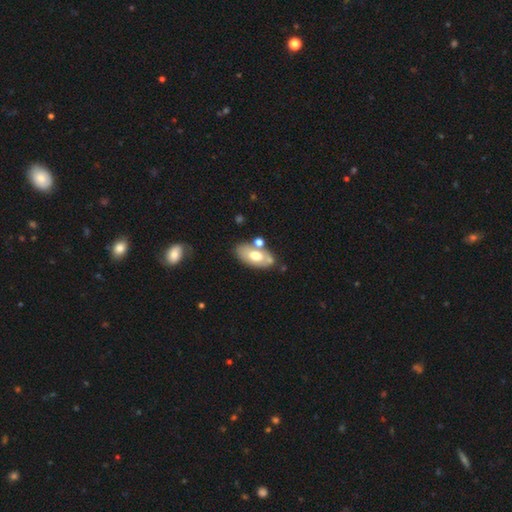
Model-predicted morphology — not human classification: This is possibly a smooth galaxy (57%). How rounded: clearly in between (91%). Merging: likely none (62%).